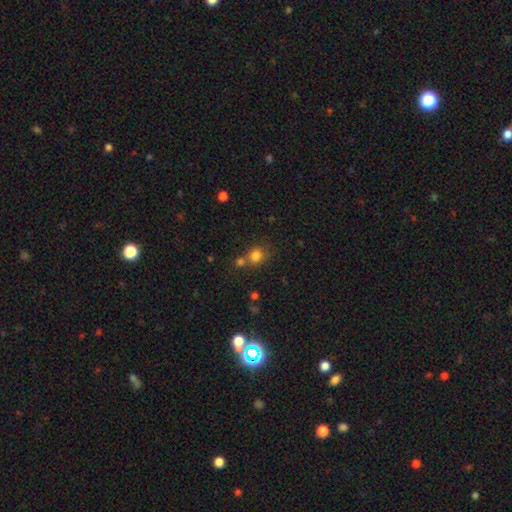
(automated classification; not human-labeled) The model was most divided on "merging": none: 55%, merger: 29%, minor disturbance: 11%, major disturbance: 4%. More confident: smooth or featured — smooth (79%); how rounded — round (75%).